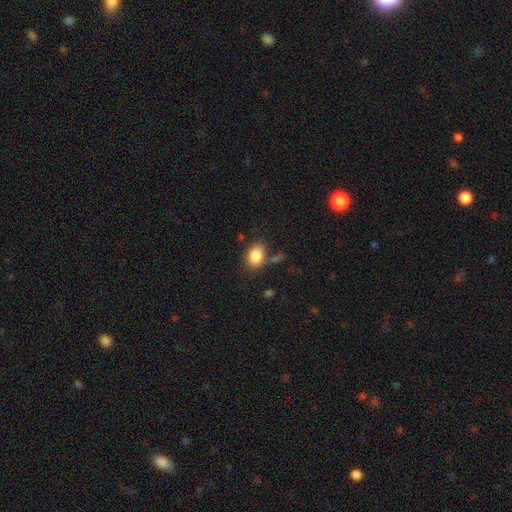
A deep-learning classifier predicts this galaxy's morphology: Smooth or featured?
  - smooth: 85% *
  - star or artifact: 8%
  - featured or disk: 7%
How rounded?
  - in between: 82% *
  - round: 17%
  - cigar-shaped: 1%
Merging?
  - none: 67% *
  - minor disturbance: 17%
  - merger: 10%
  - major disturbance: 6%